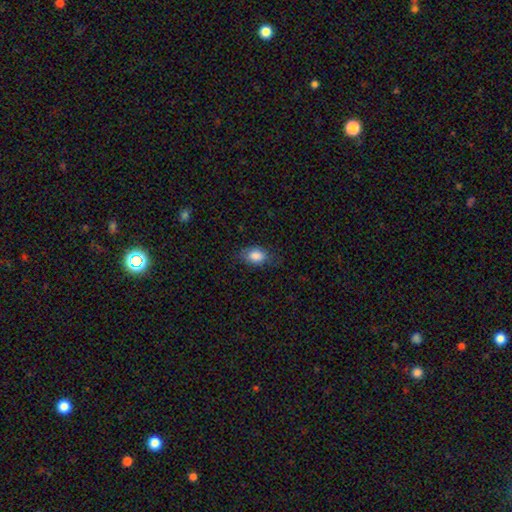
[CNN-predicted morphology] Smooth or featured? smooth (85%)
How rounded? in between (82%)
Merging? none (73%)